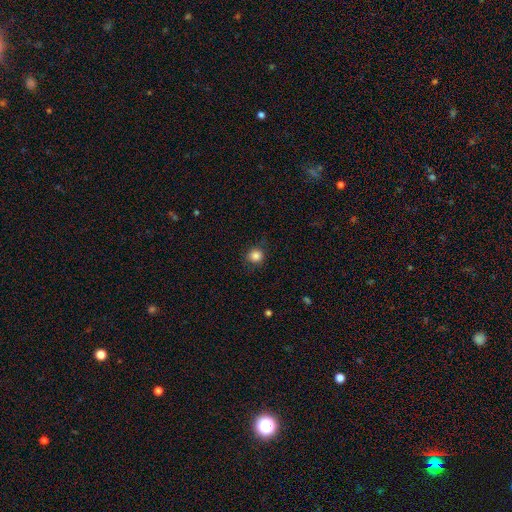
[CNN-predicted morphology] This is clearly a smooth galaxy (85%). How rounded: clearly round (89%). Merging: clearly none (83%).